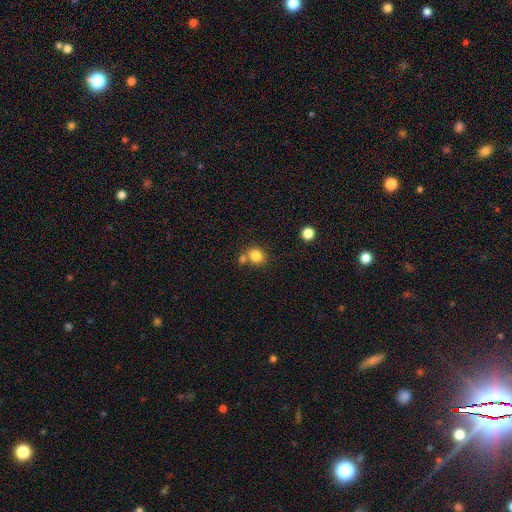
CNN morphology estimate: This is clearly a smooth galaxy (83%). How rounded: likely round (71%). Merging: possibly none (59%).